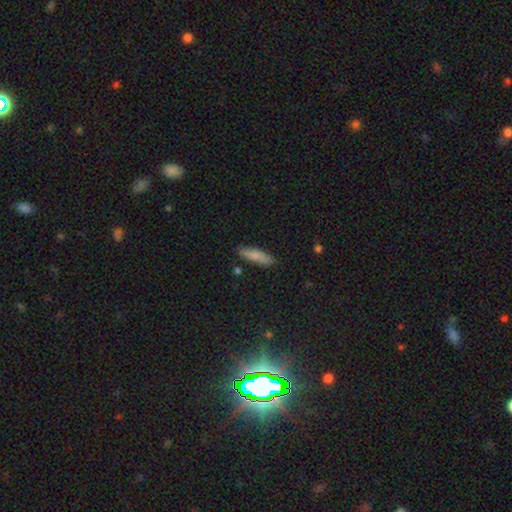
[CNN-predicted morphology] smooth-or-featured: smooth: 80% | featured or disk: 13% | star or artifact: 7%
  how-rounded: cigar-shaped: 71% | in between: 27% | round: 2%
  merging: none: 86% | minor disturbance: 10% | major disturbance: 2% | merger: 2%